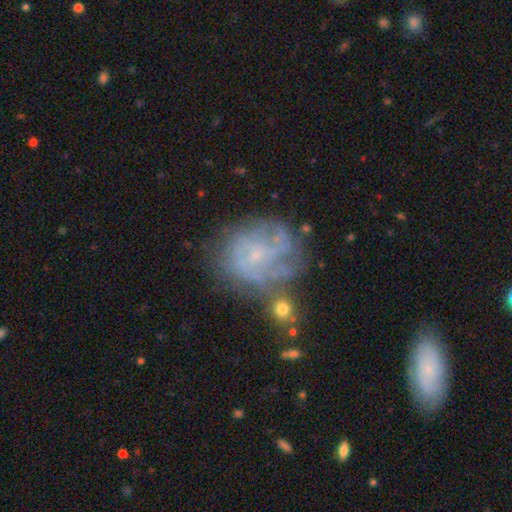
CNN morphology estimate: smooth-or-featured: featured or disk: 63% | smooth: 24% | star or artifact: 13%
  disk-edge-on: no: 98% | yes: 2%
    bar: no: 75% | weak: 22% | strong: 4%
    has-spiral-arms: yes: 60% | no: 40%
    bulge-size: small: 68% | none: 20% | moderate: 10% | large: 1% | dominant: 1%
  merging: none: 50% | minor disturbance: 21% | major disturbance: 20% | merger: 9%